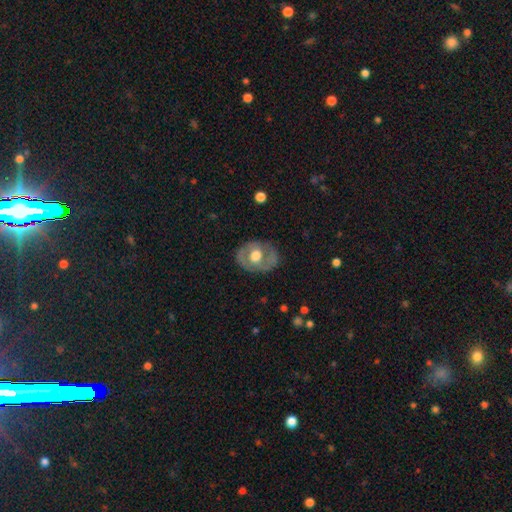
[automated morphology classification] type=featured or disk (55%); edge-on=no (94%); bar=no (79%); spiral arms=no (68%); bulge=moderate (48%); merging=none (74%).